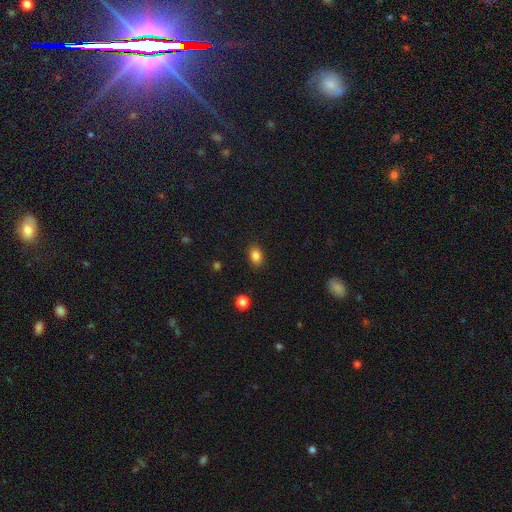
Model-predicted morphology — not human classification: The model was most divided on "how rounded": in between: 75%, round: 23%, cigar-shaped: 1%. More confident: merging — none (87%); smooth or featured — smooth (85%).